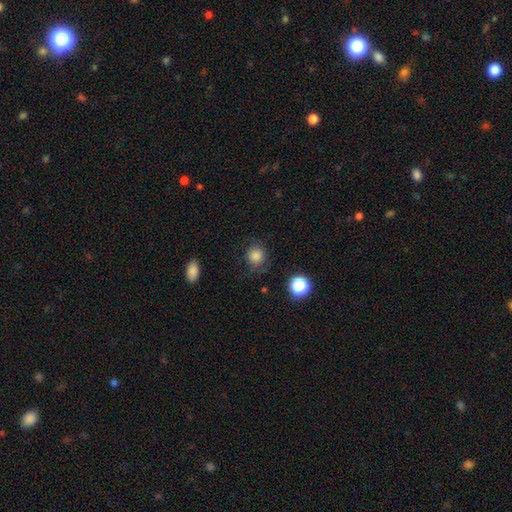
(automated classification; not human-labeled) This appears to be a smooth galaxy with no disk features (83%) that is round (86%). Merging: none (74%).